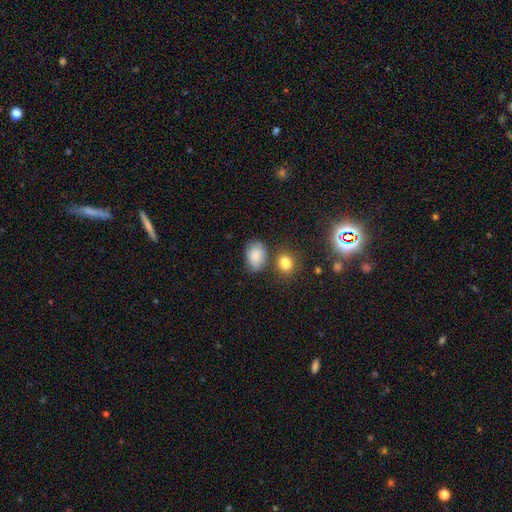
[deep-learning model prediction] smooth-or-featured: smooth: 81% | featured or disk: 9% | star or artifact: 9%
  how-rounded: in between: 79% | round: 20% | cigar-shaped: 1%
  merging: none: 61% | minor disturbance: 23% | merger: 10% | major disturbance: 6%